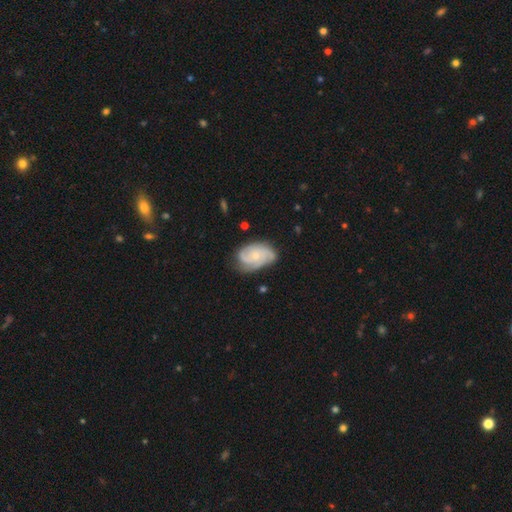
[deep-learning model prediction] Smooth or featured: featured or disk — 79% (smooth — 16%)
Edge-on disk: no — 97% (yes — 3%)
Bar: no — 76% (weak — 21%)
Spiral arms: yes — 96% (no — 4%)
Spiral winding: tight — 49% (medium — 39%)
Spiral arm count: 3 — 46% (2 — 21%)
Bulge size: small — 67% (moderate — 27%)
Merging: none — 66% (minor disturbance — 25%)